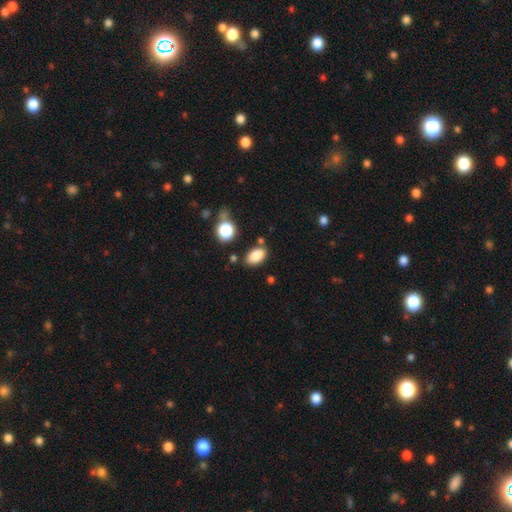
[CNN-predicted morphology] smooth 84%, star or artifact 9%, featured or disk 6%. Down the decision tree: how rounded — in between (90%); merging — none (76%).